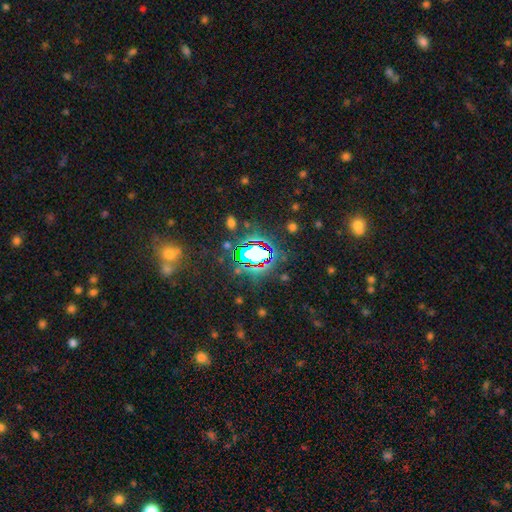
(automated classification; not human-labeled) Morphology: type=star or artifact (70%).